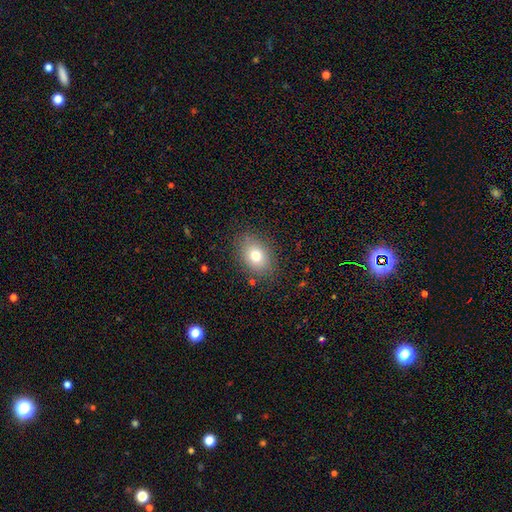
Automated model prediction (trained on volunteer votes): This appears to be a smooth galaxy with no disk features (76%) that is in between round and cigar-shaped (68%). Merging: none (84%).